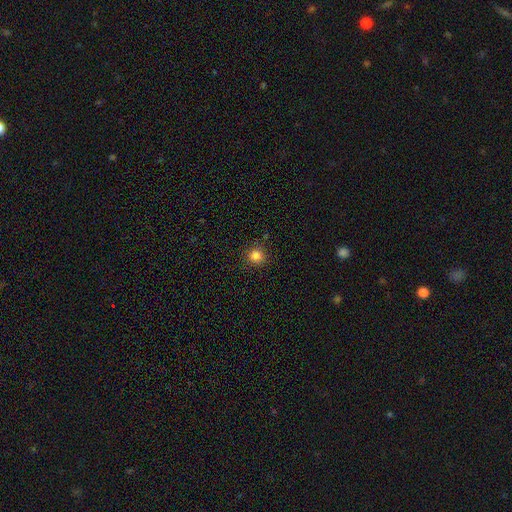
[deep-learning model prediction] Smooth or featured? smooth (83%)
How rounded? round (91%)
Merging? none (89%)